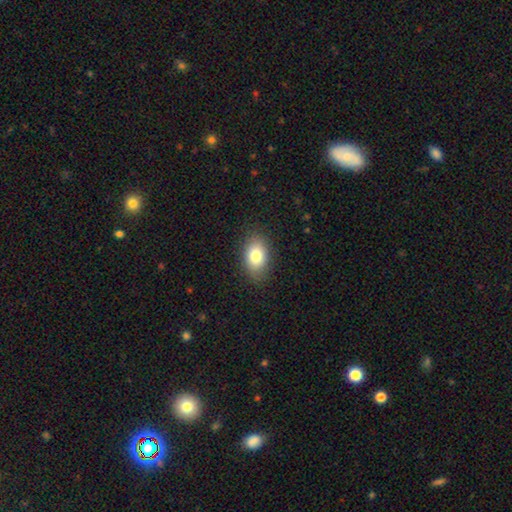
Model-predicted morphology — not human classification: This appears to be a smooth galaxy with no disk features (80%) that is in between round and cigar-shaped (86%). Merging: none (86%).